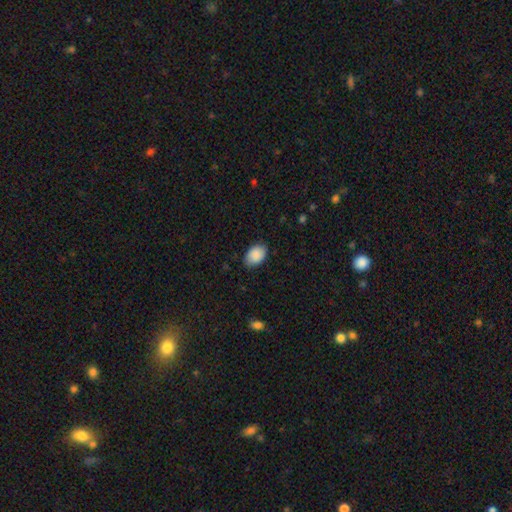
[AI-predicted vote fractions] This is clearly a smooth galaxy (90%). How rounded: clearly in between (84%). Merging: clearly none (82%).